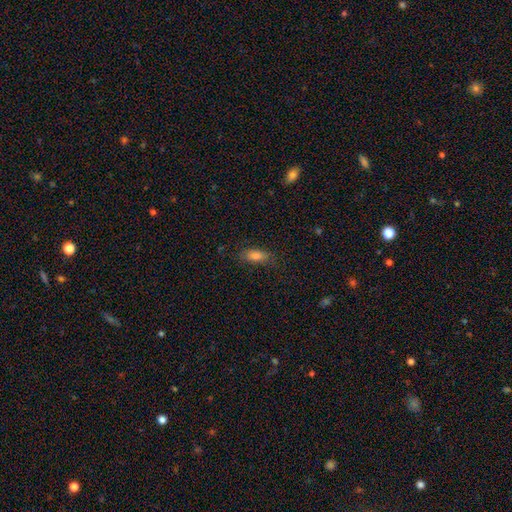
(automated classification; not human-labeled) Smooth or featured? smooth (80%)
How rounded? in between (78%)
Merging? none (80%)